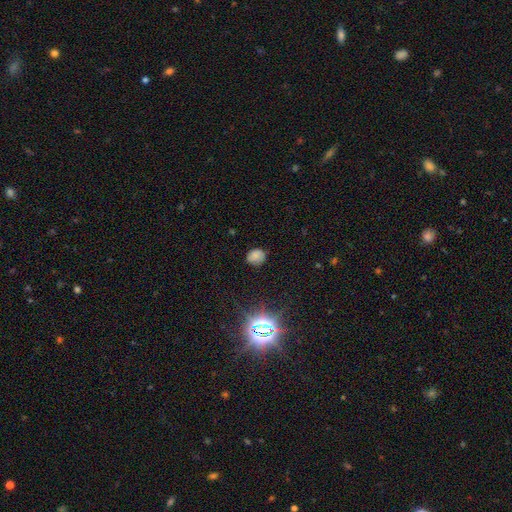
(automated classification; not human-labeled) Q: Smooth or featured?
A: smooth (71%); runner-up: star or artifact (19%)
Q: How rounded?
A: round (61%); runner-up: in between (38%)
Q: Merging?
A: none (75%); runner-up: minor disturbance (19%)